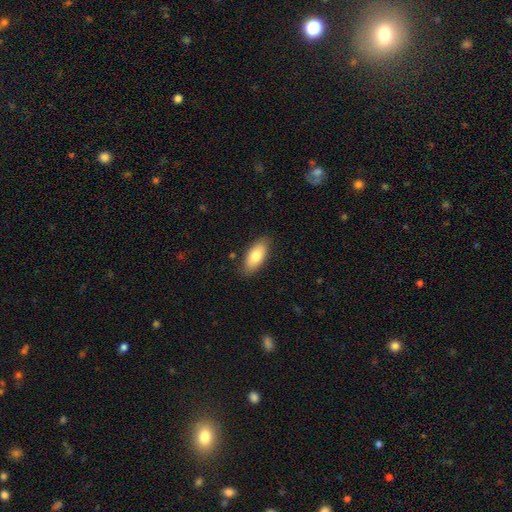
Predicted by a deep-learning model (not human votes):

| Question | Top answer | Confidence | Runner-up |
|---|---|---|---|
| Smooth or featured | smooth | 78% | featured or disk (16%) |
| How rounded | in between | 88% | cigar-shaped (10%) |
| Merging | none | 84% | minor disturbance (12%) |